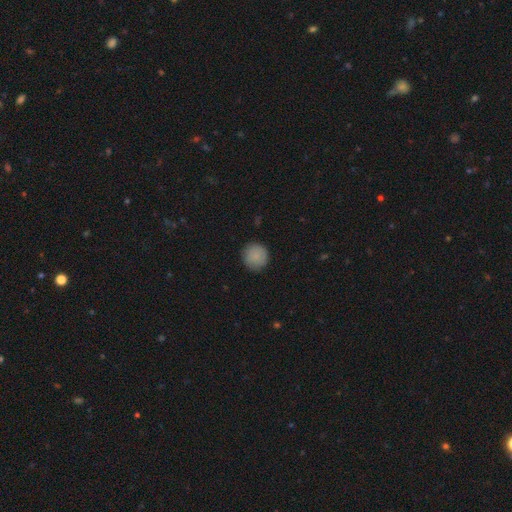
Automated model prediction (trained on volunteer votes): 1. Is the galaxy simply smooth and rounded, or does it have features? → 86% smooth, 8% star or artifact, 7% featured or disk.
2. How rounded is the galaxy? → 94% round, 5% in between, 1% cigar-shaped.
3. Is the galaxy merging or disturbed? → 88% none, 9% minor disturbance, 2% major disturbance, 1% merger.